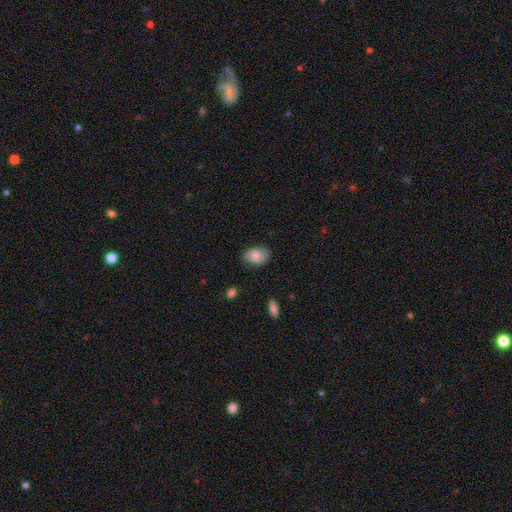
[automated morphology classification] A smooth galaxy with no disk features (78%) that is in between round and cigar-shaped (86%).

Vote fractions:
- Smooth or featured? smooth: 78% / featured or disk: 15% / star or artifact: 7%
- How rounded? in between: 86% / round: 13% / cigar-shaped: 1%
- Merging? none: 74% / minor disturbance: 20% / major disturbance: 4% / merger: 1%